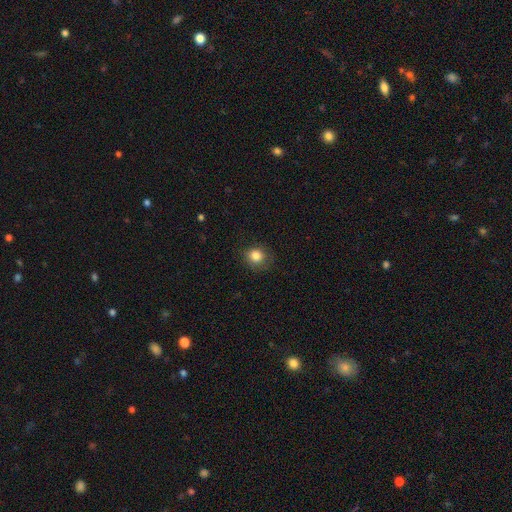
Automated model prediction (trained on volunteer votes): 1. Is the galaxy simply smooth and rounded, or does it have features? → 83% smooth, 11% star or artifact, 6% featured or disk.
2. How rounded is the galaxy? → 85% round, 15% in between, 1% cigar-shaped.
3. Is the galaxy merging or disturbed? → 81% none, 14% minor disturbance, 4% major disturbance, 1% merger.